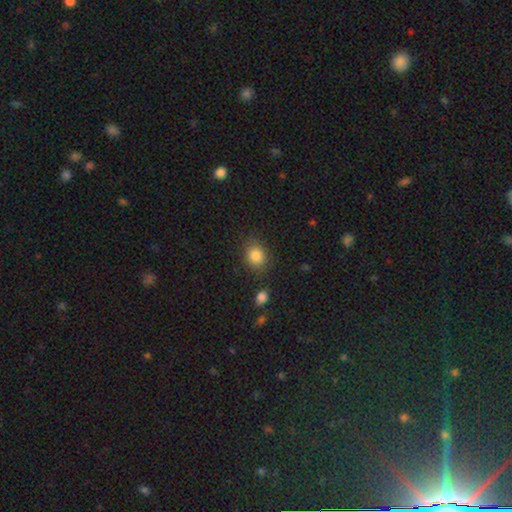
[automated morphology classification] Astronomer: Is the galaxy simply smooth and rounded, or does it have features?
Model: smooth — 85%.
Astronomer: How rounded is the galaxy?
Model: round — 59% (runner-up: in between, 40%).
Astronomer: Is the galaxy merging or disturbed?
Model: none — 82%.